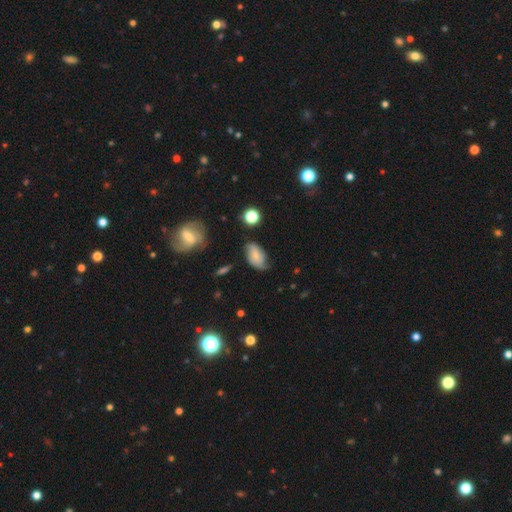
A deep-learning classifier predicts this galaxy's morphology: A smooth galaxy with no disk features (58%) that is in between round and cigar-shaped (89%). Merging: none (54%).